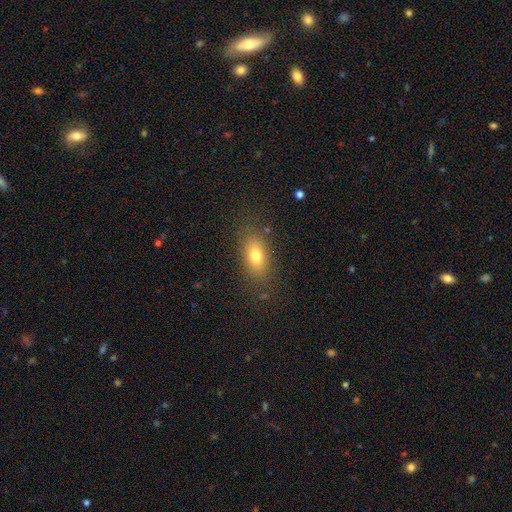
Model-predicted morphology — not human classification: Smooth or featured: smooth — 75% (featured or disk — 14%)
How rounded: in between — 82% (round — 11%)
Merging: none — 82% (minor disturbance — 12%)